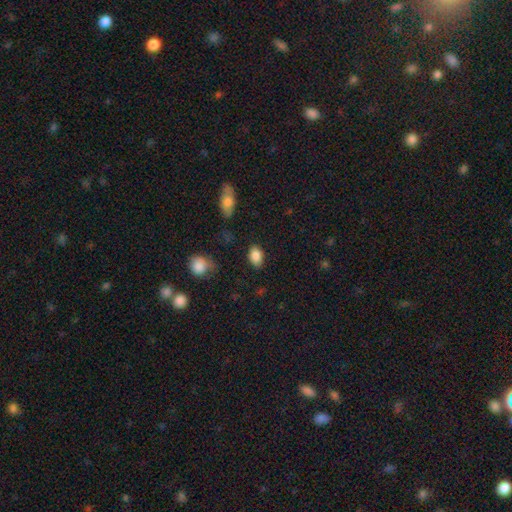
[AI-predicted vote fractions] smooth-or-featured: smooth: 86% | star or artifact: 8% | featured or disk: 6%
  how-rounded: in between: 84% | round: 15% | cigar-shaped: 1%
  merging: none: 83% | minor disturbance: 11% | major disturbance: 3% | merger: 2%